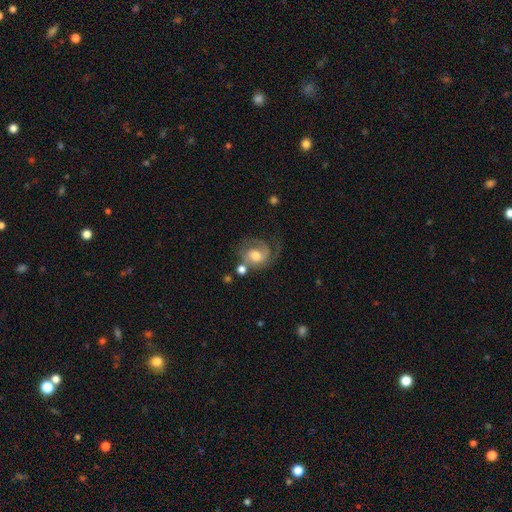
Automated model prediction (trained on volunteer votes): Overall: featured or disk (71%). Edge-on disk: no (97%). Bar: no (57%; weak 36%). Spiral arms: yes (91%). Spiral arm count: 2 (48%; 1 33%). Spiral winding: medium (44%; tight 37%). Bulge size: moderate (65%). Merging: none (49%; major disturbance 20%).